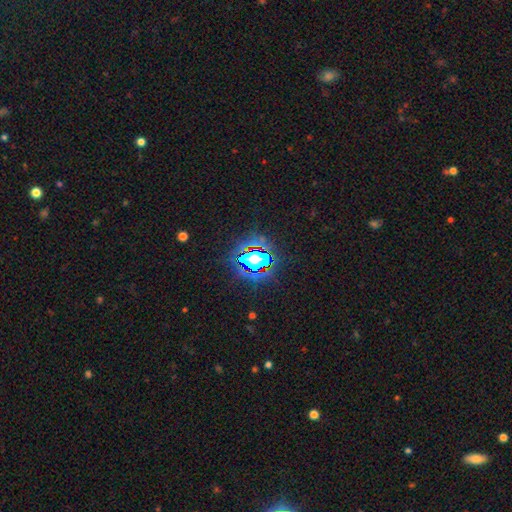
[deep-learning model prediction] Smooth or featured?
  - star or artifact: 80% *
  - smooth: 12%
  - featured or disk: 8%